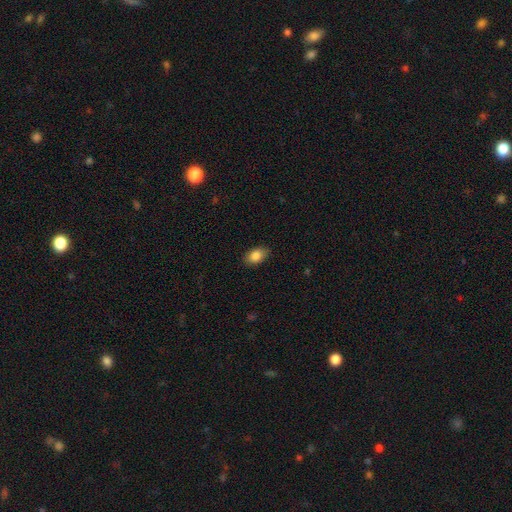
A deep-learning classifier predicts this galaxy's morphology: A smooth galaxy with no disk features (85%) that is in between round and cigar-shaped (87%).

Vote fractions:
- Smooth or featured? smooth: 85% / star or artifact: 8% / featured or disk: 8%
- How rounded? in between: 87% / round: 11% / cigar-shaped: 2%
- Merging? none: 85% / minor disturbance: 11% / major disturbance: 2% / merger: 1%